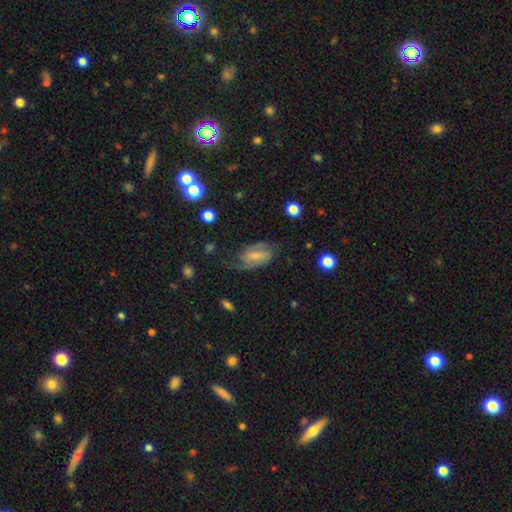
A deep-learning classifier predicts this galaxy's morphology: Smooth or featured: featured or disk — 70% (smooth — 23%)
Edge-on disk: no — 96% (yes — 4%)
Bar: weak — 48% (strong — 33%)
Spiral arms: yes — 88% (no — 12%)
Spiral winding: medium — 47% (loose — 30%)
Spiral arm count: 2 — 80% (can't tell — 10%)
Bulge size: small — 52% (moderate — 34%)
Merging: none — 58% (minor disturbance — 22%)